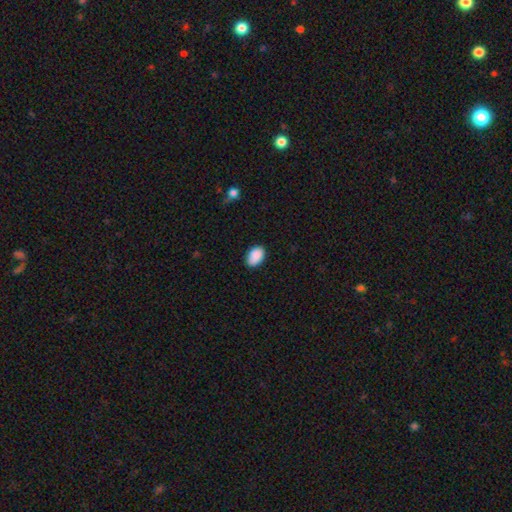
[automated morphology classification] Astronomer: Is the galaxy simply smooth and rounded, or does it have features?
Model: smooth — 88%.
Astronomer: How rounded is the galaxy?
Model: in between — 87%.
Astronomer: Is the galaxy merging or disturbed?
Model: none — 79%.